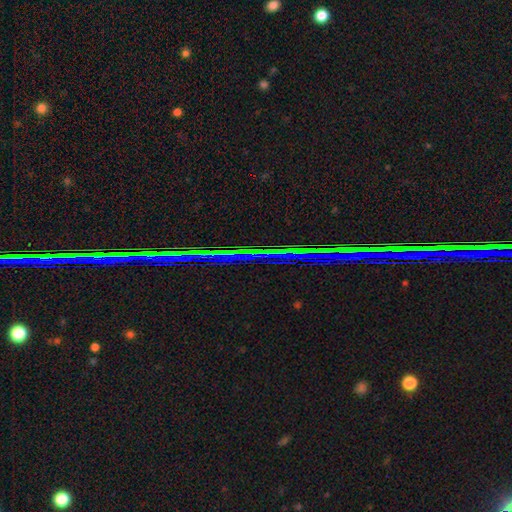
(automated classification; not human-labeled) Overall: star or artifact (86%).